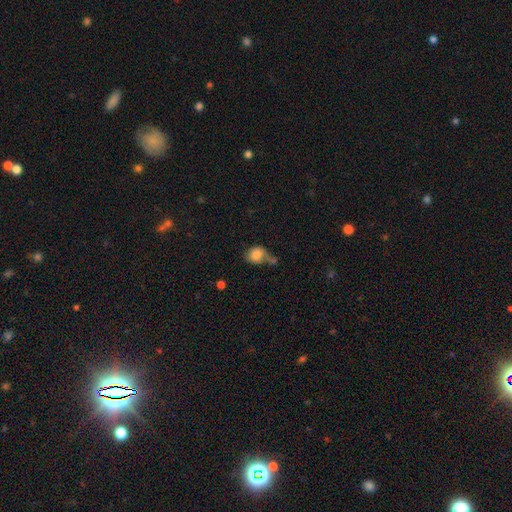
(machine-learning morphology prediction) This appears to be a smooth galaxy with no disk features (82%) that is round (63%). Merging: none (37%).